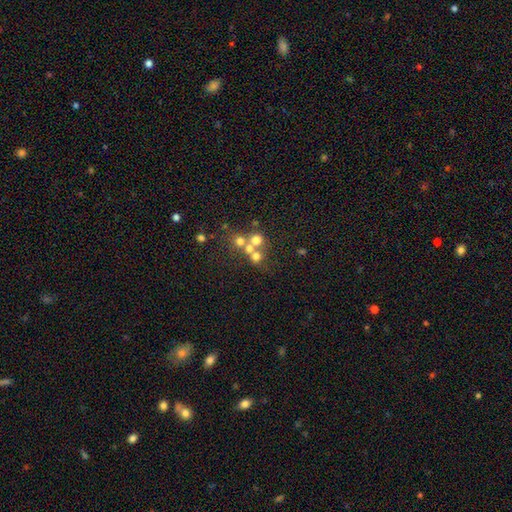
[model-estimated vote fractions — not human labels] This appears to be a smooth galaxy with no disk features (58%) that is round (87%). Merging: merger (48%).